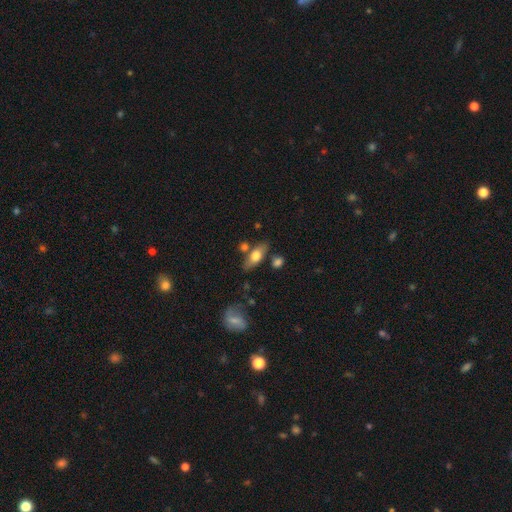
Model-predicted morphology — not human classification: A smooth galaxy with no disk features (61%) that is in between round and cigar-shaped (72%). Merging: none (70%).